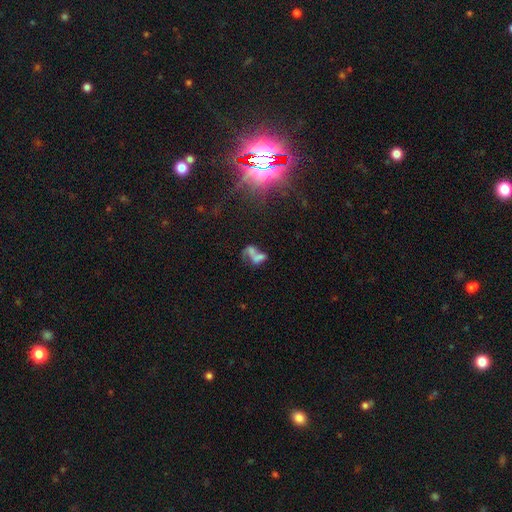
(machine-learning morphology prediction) smooth_or_featured: smooth (p=0.48) [alt: featured or disk p=0.34]
merging: merger (p=0.57) [alt: none p=0.17]